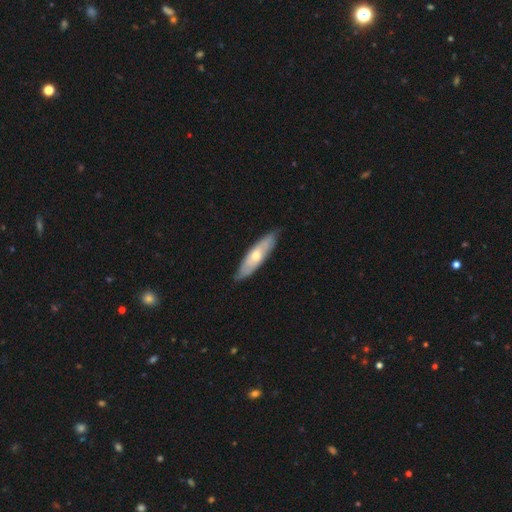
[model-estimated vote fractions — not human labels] Smooth or featured? featured or disk (48%)
Merging? none (85%)